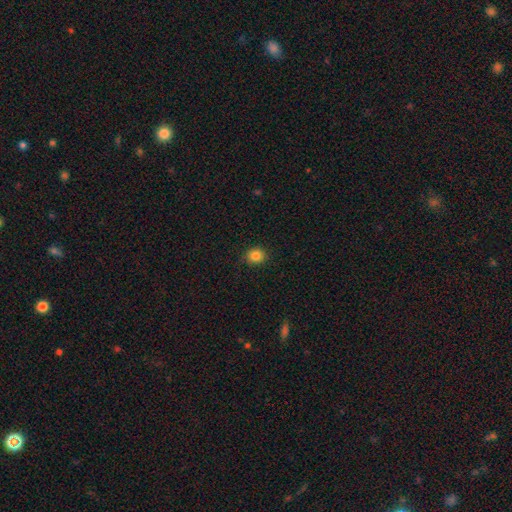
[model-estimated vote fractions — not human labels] smooth 84%, star or artifact 11%, featured or disk 5%. Down the decision tree: how rounded — round (85%); merging — none (88%).